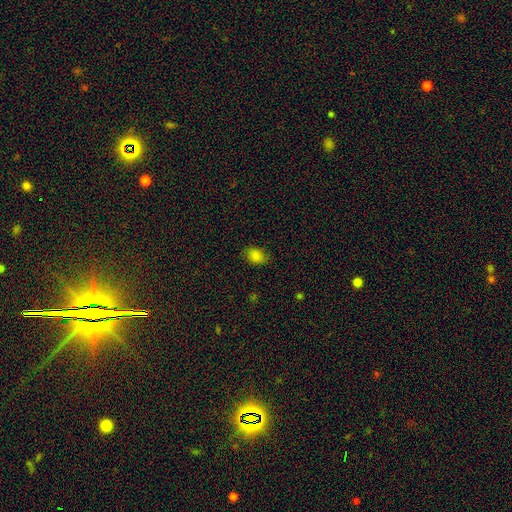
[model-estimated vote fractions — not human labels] smooth-or-featured: smooth: 83% | star or artifact: 11% | featured or disk: 5%
  how-rounded: in between: 74% | round: 25% | cigar-shaped: 1%
  merging: none: 82% | minor disturbance: 14% | major disturbance: 3% | merger: 1%